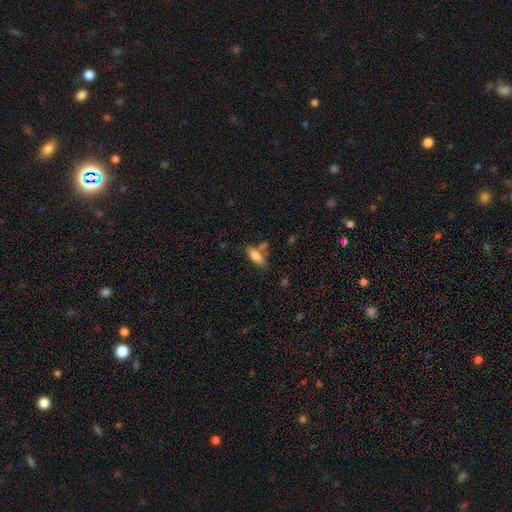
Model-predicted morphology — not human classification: A smooth galaxy with no disk features (79%) that is in between round and cigar-shaped (71%). Merging: none (60%).